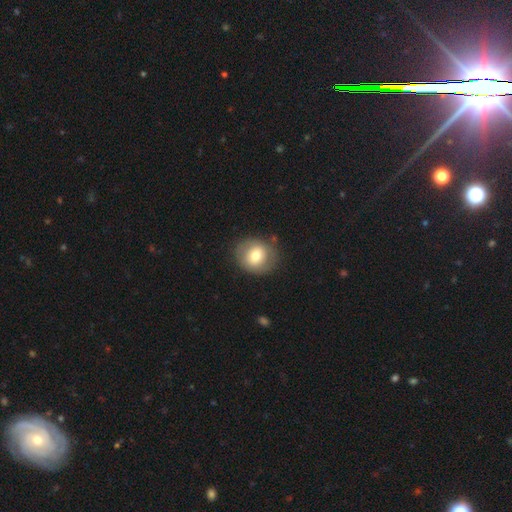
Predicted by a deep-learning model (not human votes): The model was most divided on "smooth or featured": smooth: 69%, featured or disk: 24%, star or artifact: 8%. More confident: merging — none (82%); how rounded — round (75%).